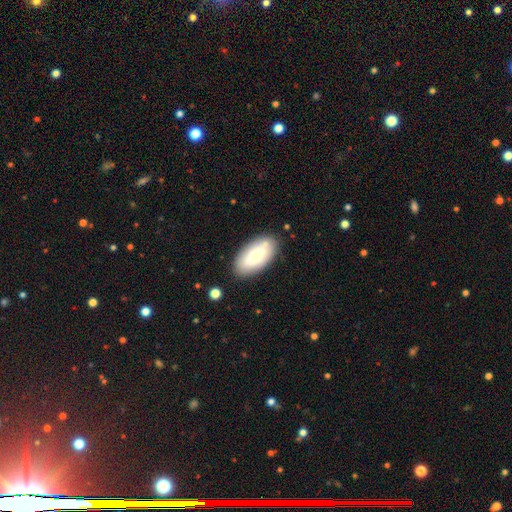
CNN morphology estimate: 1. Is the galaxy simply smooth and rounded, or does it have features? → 76% smooth, 17% featured or disk, 7% star or artifact.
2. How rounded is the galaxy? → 94% in between, 4% cigar-shaped, 2% round.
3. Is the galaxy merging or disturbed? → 78% none, 14% minor disturbance, 4% merger, 4% major disturbance.